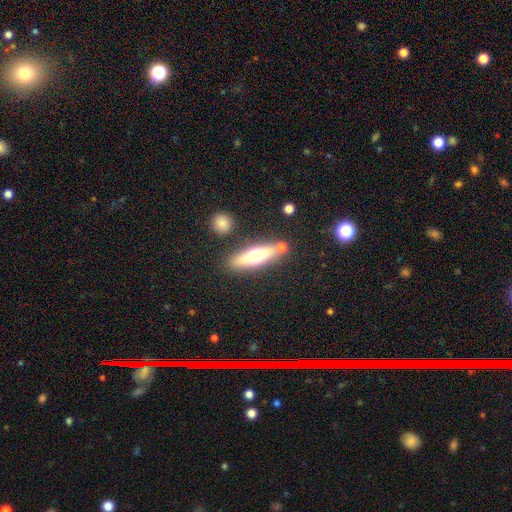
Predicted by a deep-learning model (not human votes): Smooth or featured? smooth (52%)
How rounded? cigar-shaped (60%)
Merging? none (77%)